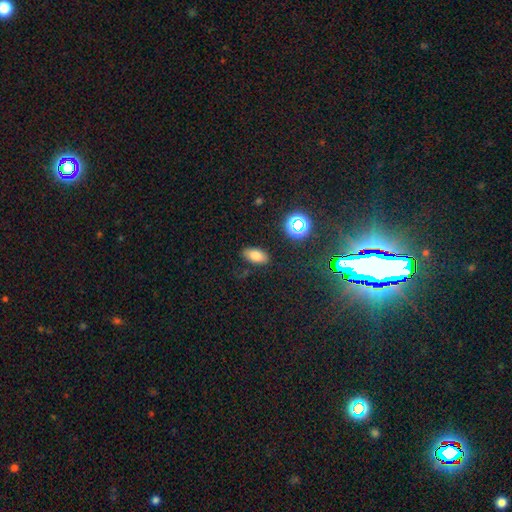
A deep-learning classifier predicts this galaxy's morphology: Smooth or featured?
  - smooth: 75% *
  - star or artifact: 14%
  - featured or disk: 11%
How rounded?
  - in between: 90% *
  - round: 5%
  - cigar-shaped: 5%
Merging?
  - none: 84% *
  - minor disturbance: 11%
  - major disturbance: 3%
  - merger: 2%